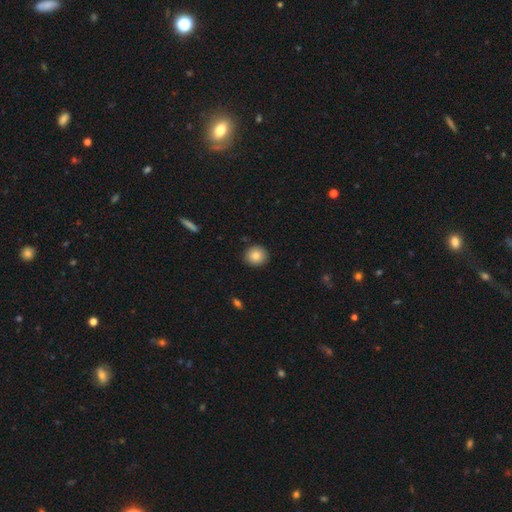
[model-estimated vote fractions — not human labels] smooth_or_featured: smooth (p=0.85) [alt: star or artifact p=0.09]
how_rounded: round (p=0.83) [alt: in between p=0.16]
merging: none (p=0.90) [alt: minor disturbance p=0.07]